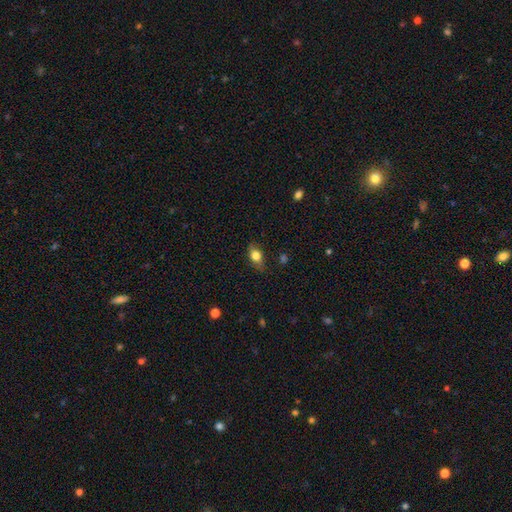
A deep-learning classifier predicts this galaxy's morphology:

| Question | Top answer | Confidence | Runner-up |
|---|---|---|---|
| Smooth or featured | smooth | 78% | featured or disk (14%) |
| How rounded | in between | 77% | round (17%) |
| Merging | none | 76% | minor disturbance (18%) |